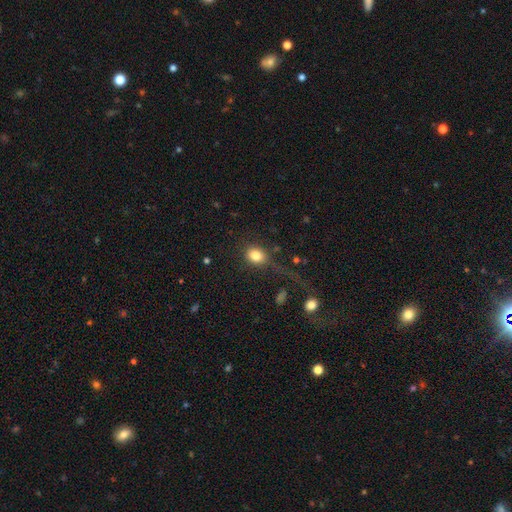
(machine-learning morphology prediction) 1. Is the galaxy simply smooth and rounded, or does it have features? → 82% smooth, 10% star or artifact, 8% featured or disk.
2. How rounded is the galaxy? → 54% round, 45% in between, 1% cigar-shaped.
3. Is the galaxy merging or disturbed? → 70% none, 13% major disturbance, 12% minor disturbance, 5% merger.